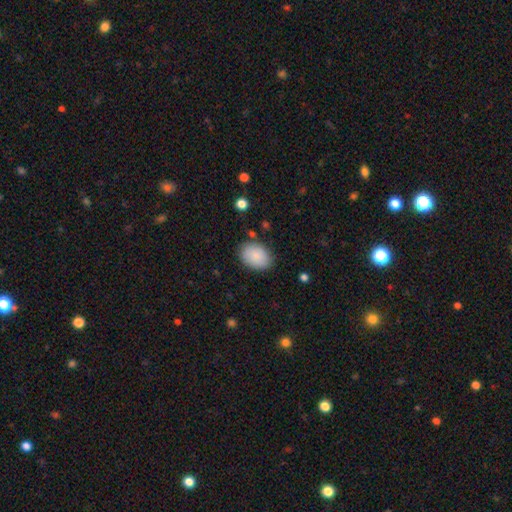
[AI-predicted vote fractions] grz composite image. It shows a smooth galaxy with no disk features (87%) that is in between round and cigar-shaped (74%). Merging: none (81%).